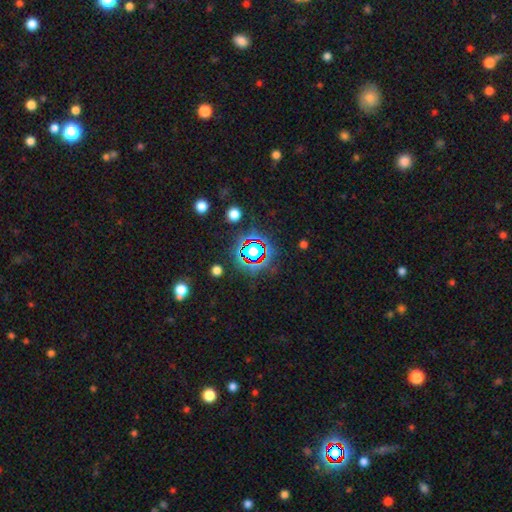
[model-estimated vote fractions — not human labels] The model was most divided on "smooth or featured": star or artifact: 75%, smooth: 16%, featured or disk: 9%.